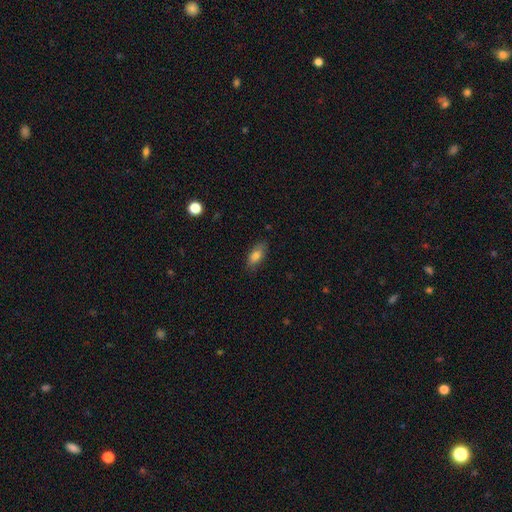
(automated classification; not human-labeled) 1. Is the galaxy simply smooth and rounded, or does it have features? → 79% smooth, 13% featured or disk, 8% star or artifact.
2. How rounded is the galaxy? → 80% in between, 17% cigar-shaped, 3% round.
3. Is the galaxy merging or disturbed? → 81% none, 15% minor disturbance, 3% major disturbance, 1% merger.